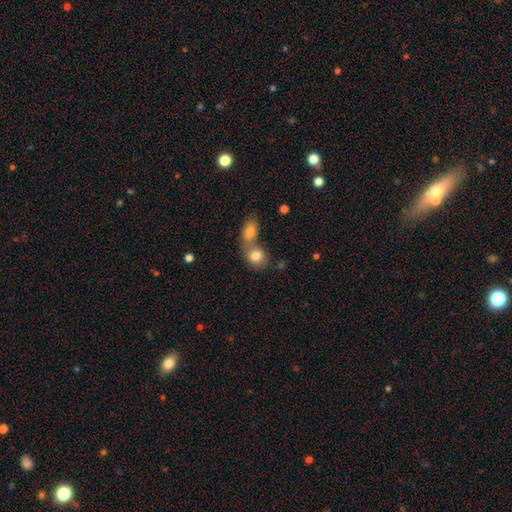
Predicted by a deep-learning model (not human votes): Smooth or featured?
  - smooth: 82% *
  - featured or disk: 10%
  - star or artifact: 8%
How rounded?
  - round: 56% *
  - in between: 42%
  - cigar-shaped: 2%
Merging?
  - merger: 59% *
  - none: 31%
  - minor disturbance: 7%
  - major disturbance: 3%